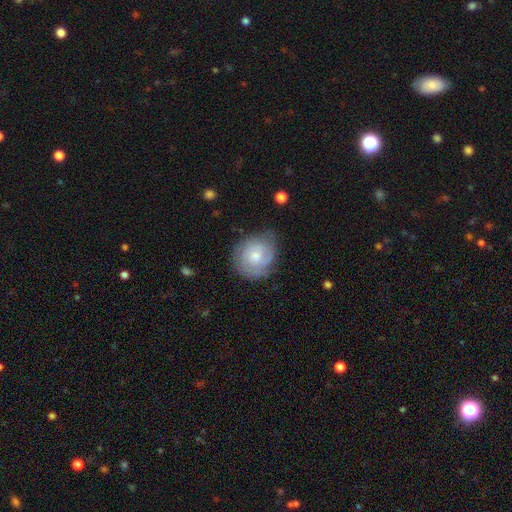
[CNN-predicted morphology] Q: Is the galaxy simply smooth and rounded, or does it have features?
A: smooth — 51%.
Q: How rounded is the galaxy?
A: round — 77%.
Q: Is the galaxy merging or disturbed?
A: none — 63%.